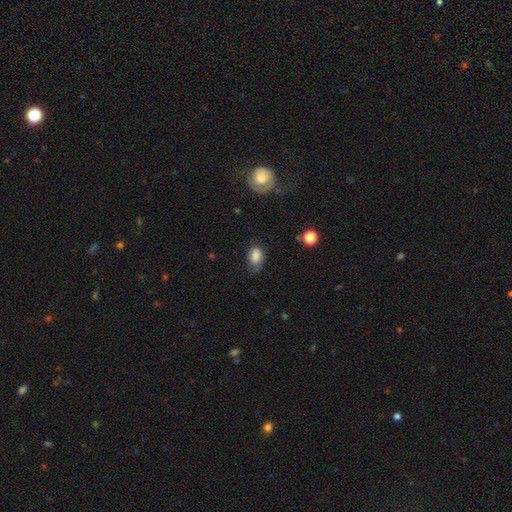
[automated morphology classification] smooth 83%, featured or disk 9%, star or artifact 8%. Down the decision tree: how rounded — in between (85%); merging — none (58%).